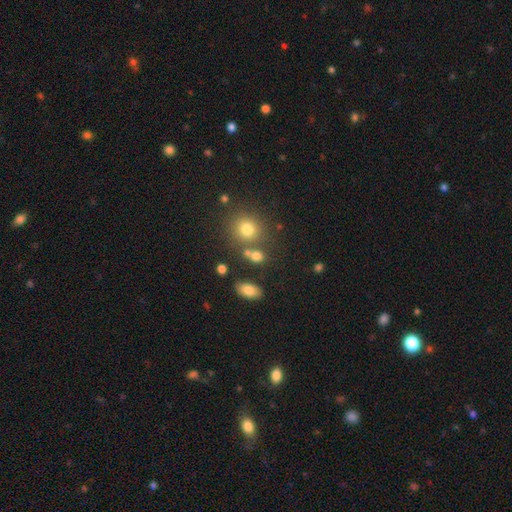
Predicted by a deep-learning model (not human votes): Smooth or featured? smooth (77%)
How rounded? round (58%)
Merging? none (62%)